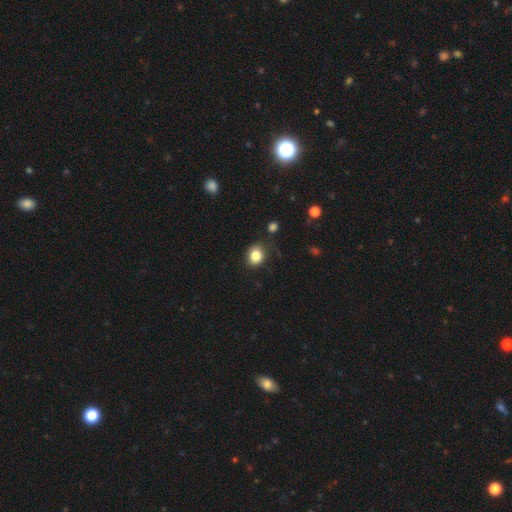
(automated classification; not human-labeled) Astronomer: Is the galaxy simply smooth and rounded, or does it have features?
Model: smooth — 84%.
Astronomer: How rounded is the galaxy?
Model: round — 62% (runner-up: in between, 37%).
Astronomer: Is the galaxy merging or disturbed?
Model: none — 80%.